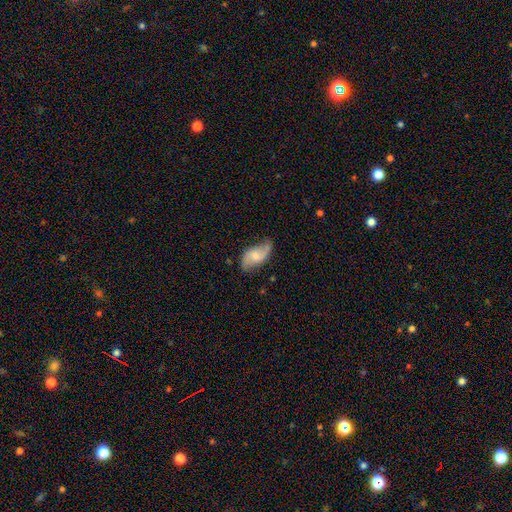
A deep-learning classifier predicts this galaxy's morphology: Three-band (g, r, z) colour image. It shows a featured or disk galaxy (66%) with no bar (51%), 2 (88%) loose (59%) spiral arms (91%) and a moderate central bulge (48%). Merging: none (68%).